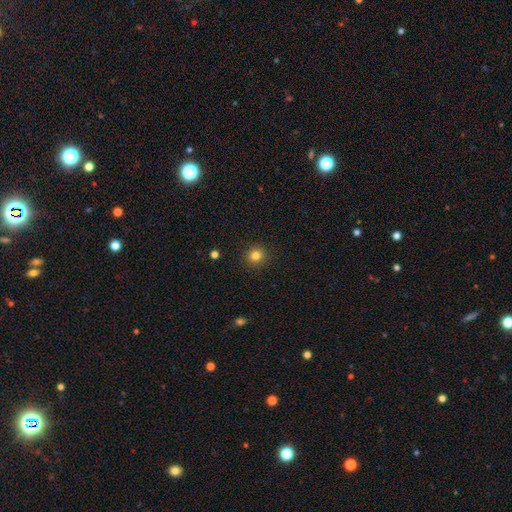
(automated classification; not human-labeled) Q: Smooth or featured?
A: smooth (82%); runner-up: star or artifact (13%)
Q: How rounded?
A: round (92%); runner-up: in between (7%)
Q: Merging?
A: none (92%); runner-up: minor disturbance (5%)